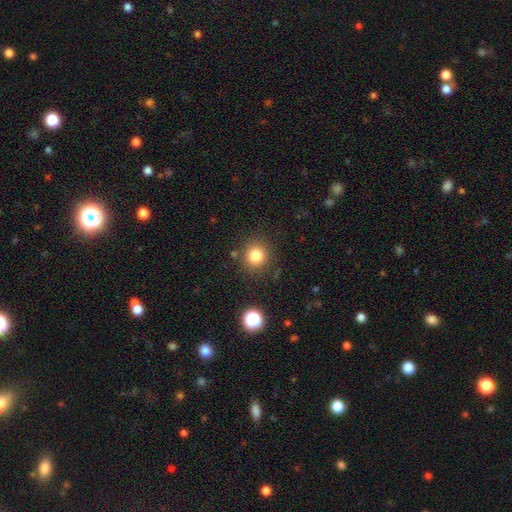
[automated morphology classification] A smooth galaxy with no disk features (80%) that is round (92%).

Vote fractions:
- Smooth or featured? smooth: 80% / star or artifact: 13% / featured or disk: 7%
- How rounded? round: 92% / in between: 7% / cigar-shaped: 1%
- Merging? none: 86% / minor disturbance: 8% / major disturbance: 3% / merger: 3%